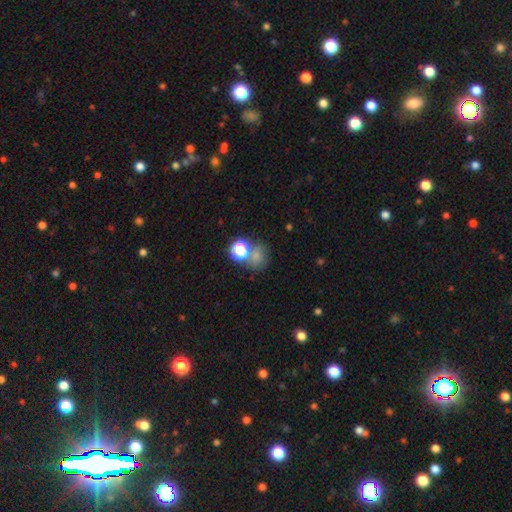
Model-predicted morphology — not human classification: Smooth or featured?
  - smooth: 63% *
  - star or artifact: 27%
  - featured or disk: 10%
How rounded?
  - round: 70% *
  - in between: 29%
  - cigar-shaped: 1%
Merging?
  - none: 53% *
  - merger: 24%
  - minor disturbance: 13%
  - major disturbance: 9%